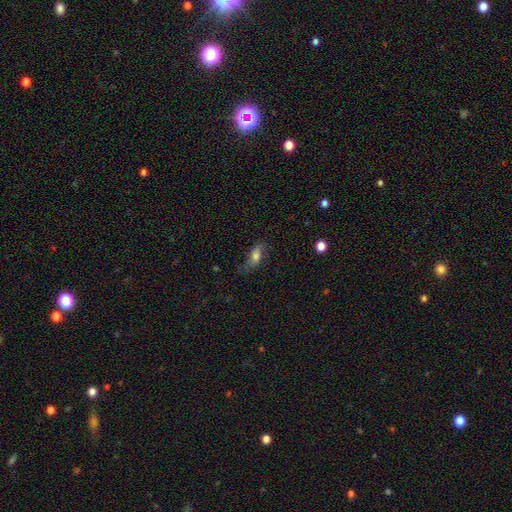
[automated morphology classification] type=smooth (64%); roundness=in between (78%); merging=none (59%).